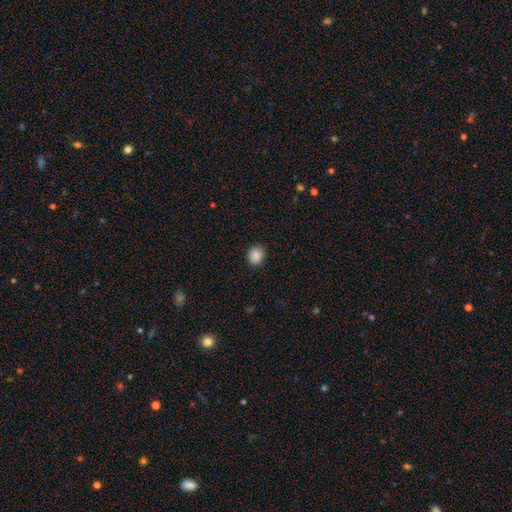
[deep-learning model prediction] Q: Smooth or featured?
A: smooth (88%); runner-up: star or artifact (9%)
Q: How rounded?
A: round (68%); runner-up: in between (31%)
Q: Merging?
A: none (88%); runner-up: minor disturbance (9%)